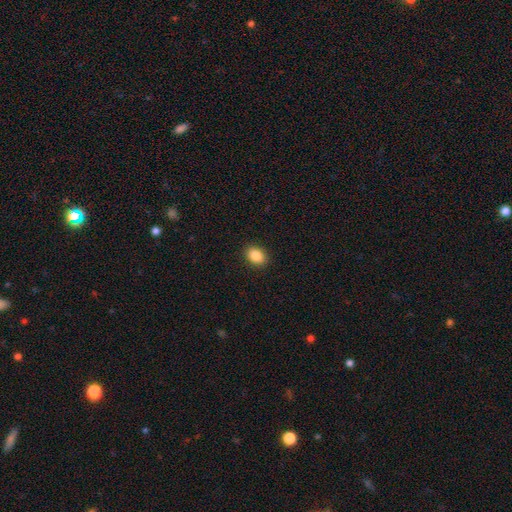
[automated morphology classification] smooth 87%, star or artifact 9%, featured or disk 4%. Down the decision tree: how rounded — in between (69%); merging — none (91%).